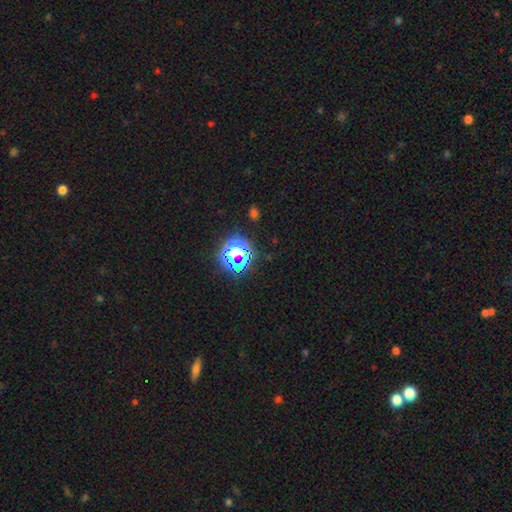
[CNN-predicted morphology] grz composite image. It shows a star or artifact, not a galaxy (76%).